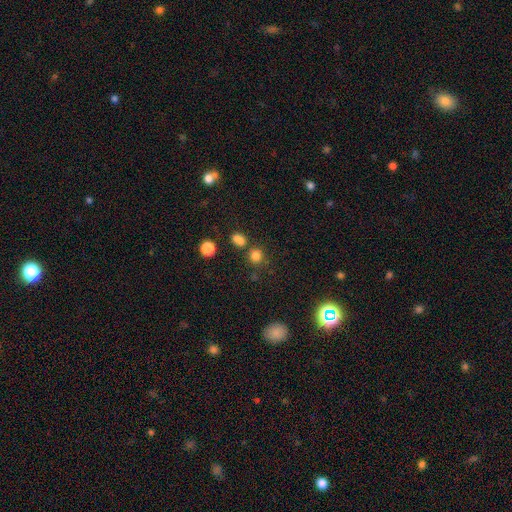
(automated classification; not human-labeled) Morphology: type=smooth (78%); roundness=round (87%); merging=none (70%).